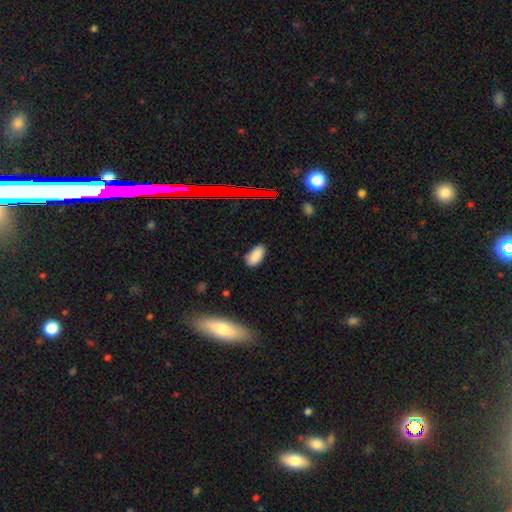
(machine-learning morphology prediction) Q: Smooth or featured?
A: smooth (86%); runner-up: star or artifact (9%)
Q: How rounded?
A: in between (94%); runner-up: cigar-shaped (3%)
Q: Merging?
A: none (82%); runner-up: minor disturbance (14%)